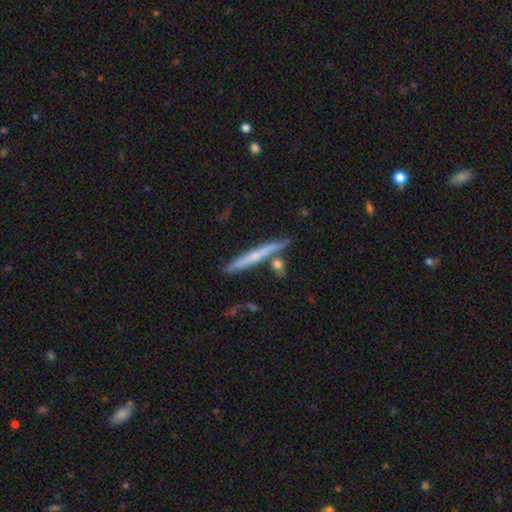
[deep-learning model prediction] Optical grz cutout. It shows a featured or disk galaxy (50%) viewed edge-on (96%). Merging: none (79%).